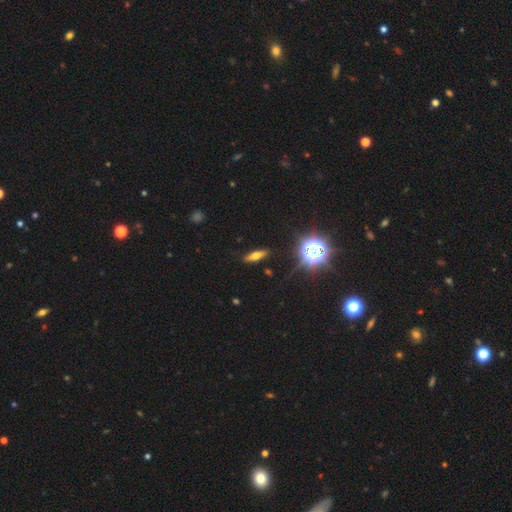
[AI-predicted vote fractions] Smooth or featured?
  - smooth: 45% *
  - featured or disk: 36%
  - star or artifact: 19%
Merging?
  - none: 88% *
  - minor disturbance: 9%
  - major disturbance: 2%
  - merger: 2%